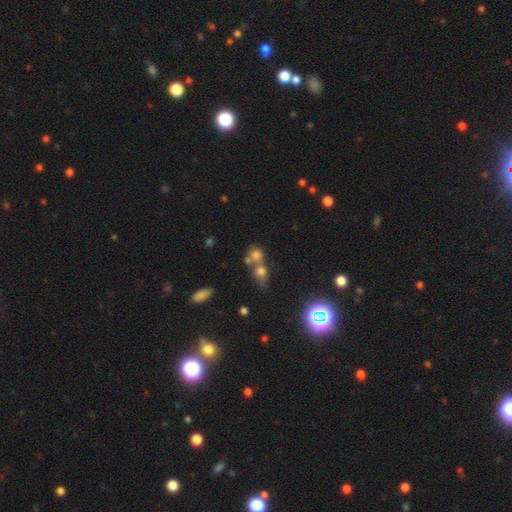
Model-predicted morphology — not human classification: Smooth or featured? smooth (65%)
How rounded? round (72%)
Merging? merger (55%)